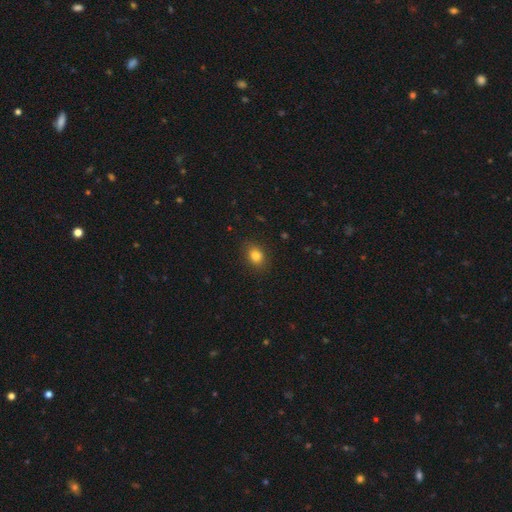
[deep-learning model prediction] Smooth or featured: smooth — 83% (star or artifact — 11%)
How rounded: in between — 58% (round — 41%)
Merging: none — 86% (minor disturbance — 10%)